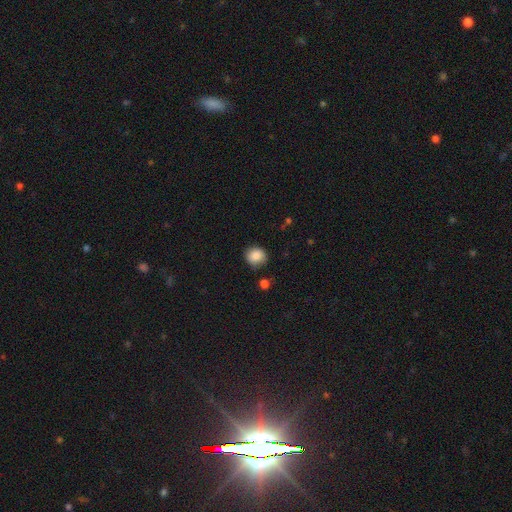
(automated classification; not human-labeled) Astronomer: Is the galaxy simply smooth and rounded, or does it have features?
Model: smooth — 87%.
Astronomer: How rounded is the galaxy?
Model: round — 83%.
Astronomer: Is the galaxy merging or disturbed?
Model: none — 77%.